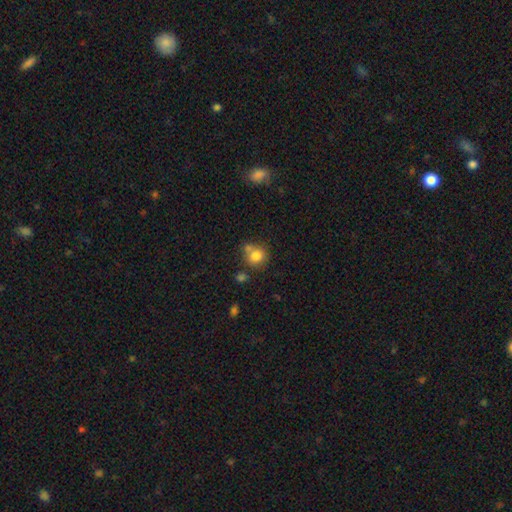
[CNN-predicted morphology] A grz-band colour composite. It shows a smooth galaxy with no disk features (80%) that is round (79%). Merging: none (54%).